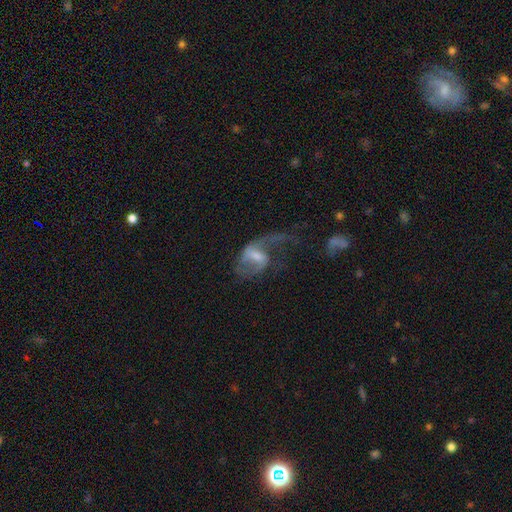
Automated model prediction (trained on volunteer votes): Q: Smooth or featured?
A: featured or disk (78%); runner-up: smooth (15%)
Q: Edge-on disk?
A: no (96%); runner-up: yes (4%)
Q: Bar?
A: weak (54%); runner-up: strong (28%)
Q: Spiral arms?
A: yes (87%); runner-up: no (13%)
Q: Spiral winding?
A: loose (67%); runner-up: medium (27%)
Q: Spiral arm count?
A: 2 (65%); runner-up: 1 (25%)
Q: Bulge size?
A: small (40%); tied with: moderate (40%)
Q: Merging?
A: major disturbance (49%); runner-up: none (30%)